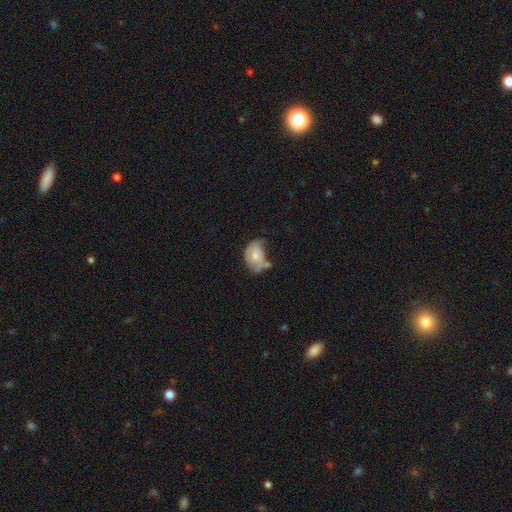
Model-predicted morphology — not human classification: A smooth galaxy with no disk features (56%) that is in between round and cigar-shaped (80%).

Vote fractions:
- Smooth or featured? smooth: 56% / featured or disk: 37% / star or artifact: 7%
- How rounded? in between: 80% / round: 19% / cigar-shaped: 1%
- Merging? minor disturbance: 36% / none: 31% / merger: 17% / major disturbance: 16%